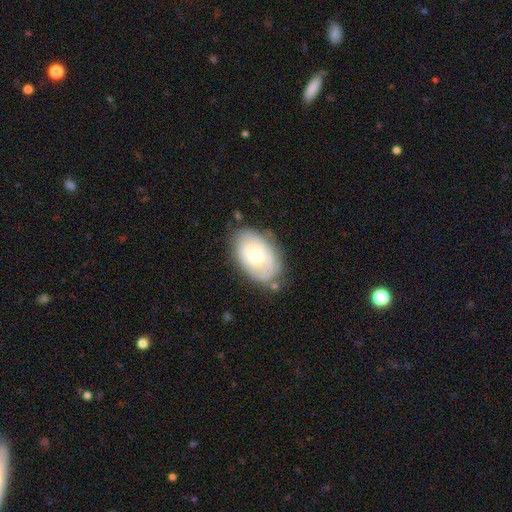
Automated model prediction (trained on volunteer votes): This appears to be a smooth galaxy with no disk features (48%). Merging: none (67%).